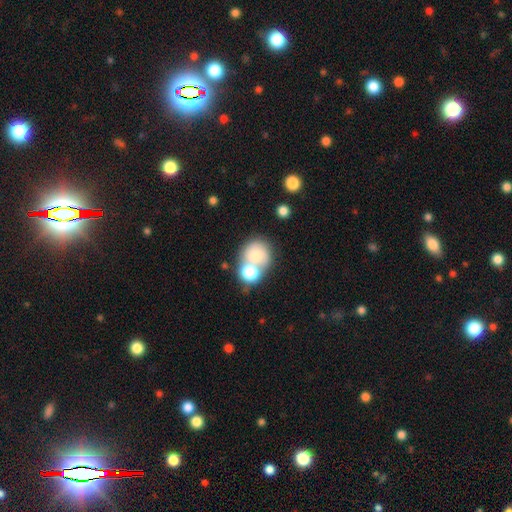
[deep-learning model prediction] Smooth or featured?
  - smooth: 70% *
  - featured or disk: 19%
  - star or artifact: 11%
How rounded?
  - round: 76% *
  - in between: 23%
  - cigar-shaped: 1%
Merging?
  - merger: 47% *
  - none: 35%
  - minor disturbance: 11%
  - major disturbance: 7%